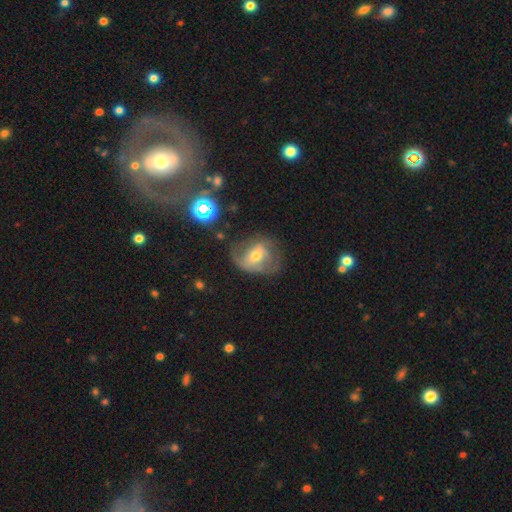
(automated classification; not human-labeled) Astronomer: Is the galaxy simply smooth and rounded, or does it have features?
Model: featured or disk — 58%.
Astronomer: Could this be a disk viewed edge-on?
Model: no — 96%.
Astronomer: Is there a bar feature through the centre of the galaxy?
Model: no — 47% (runner-up: weak, 36%).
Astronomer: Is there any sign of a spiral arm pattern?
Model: yes — 65%.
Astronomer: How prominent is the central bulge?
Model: moderate — 60%.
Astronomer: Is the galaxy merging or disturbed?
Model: none — 44% (runner-up: minor disturbance, 27%).